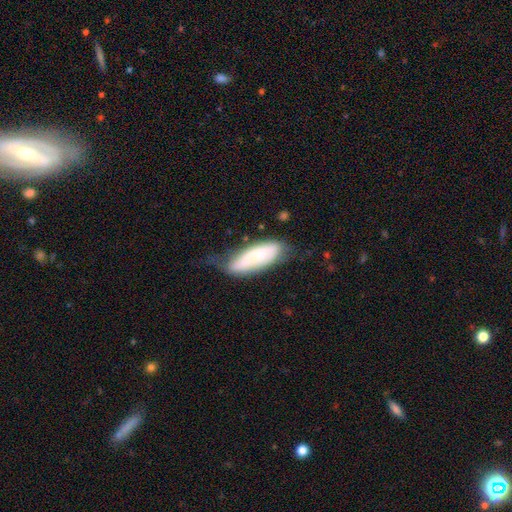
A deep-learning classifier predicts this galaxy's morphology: A smooth galaxy with no disk features (60%) that is in between round and cigar-shaped (60%).

Vote fractions:
- Smooth or featured? smooth: 60% / featured or disk: 33% / star or artifact: 7%
- How rounded? in between: 60% / cigar-shaped: 38% / round: 2%
- Merging? none: 45% / minor disturbance: 38% / major disturbance: 15% / merger: 3%